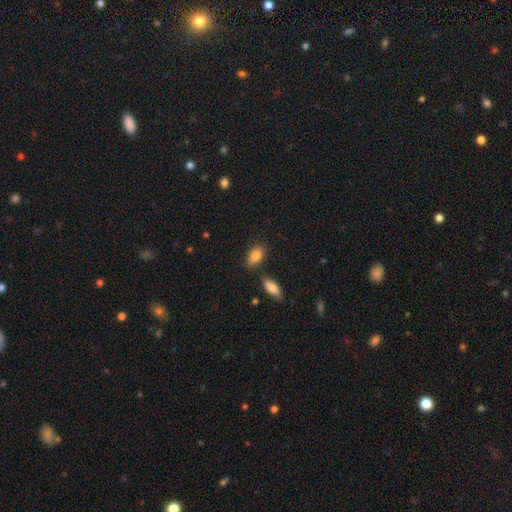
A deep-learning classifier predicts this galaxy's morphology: Q: Smooth or featured?
A: smooth (84%); runner-up: featured or disk (9%)
Q: How rounded?
A: in between (90%); runner-up: round (7%)
Q: Merging?
A: none (76%); runner-up: minor disturbance (13%)